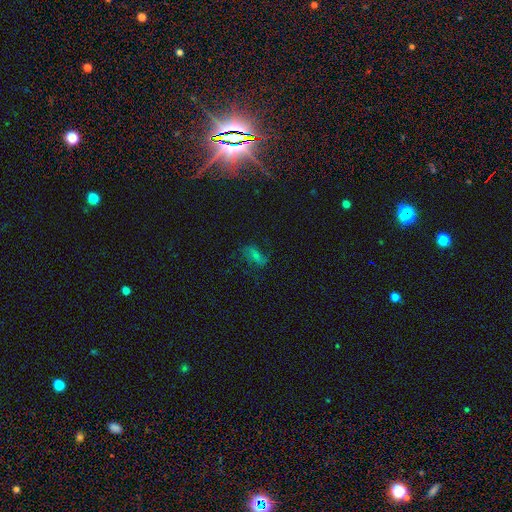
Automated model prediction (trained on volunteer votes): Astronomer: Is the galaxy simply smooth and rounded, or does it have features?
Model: featured or disk — 45% (runner-up: smooth, 37%).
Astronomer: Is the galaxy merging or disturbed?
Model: none — 60%.